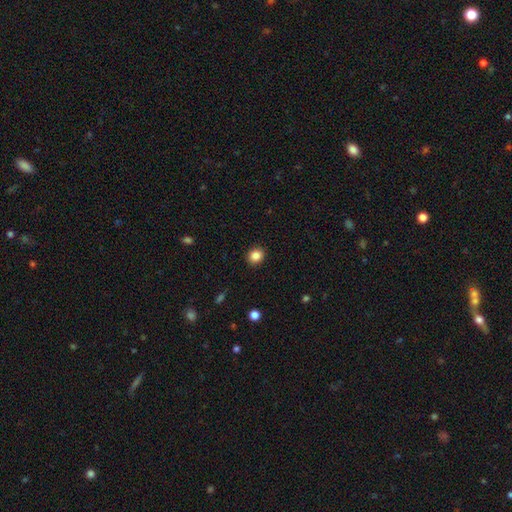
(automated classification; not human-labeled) smooth 85%, star or artifact 11%, featured or disk 4%. Down the decision tree: how rounded — round (76%); merging — none (91%).